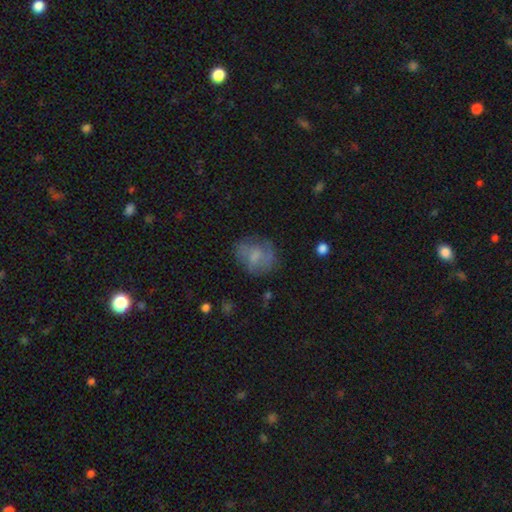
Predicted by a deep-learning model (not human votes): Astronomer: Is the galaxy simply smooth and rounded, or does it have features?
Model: smooth — 55% (runner-up: featured or disk, 35%).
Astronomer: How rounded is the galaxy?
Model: round — 55% (runner-up: in between, 44%).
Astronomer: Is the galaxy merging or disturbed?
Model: none — 60%.